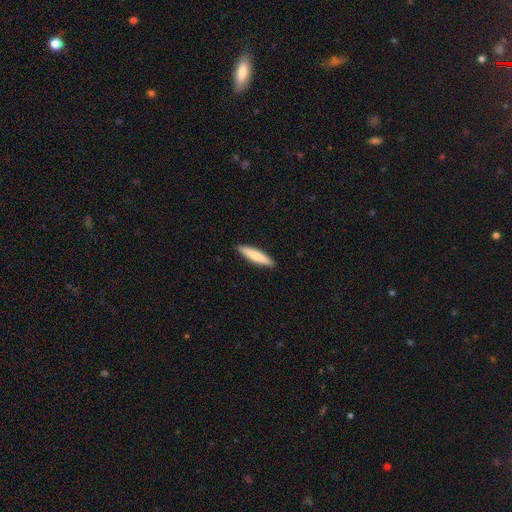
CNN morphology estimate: Smooth or featured?
  - smooth: 80% *
  - featured or disk: 15%
  - star or artifact: 5%
How rounded?
  - cigar-shaped: 84% *
  - in between: 15%
  - round: 1%
Merging?
  - none: 91% *
  - minor disturbance: 7%
  - major disturbance: 1%
  - merger: 1%